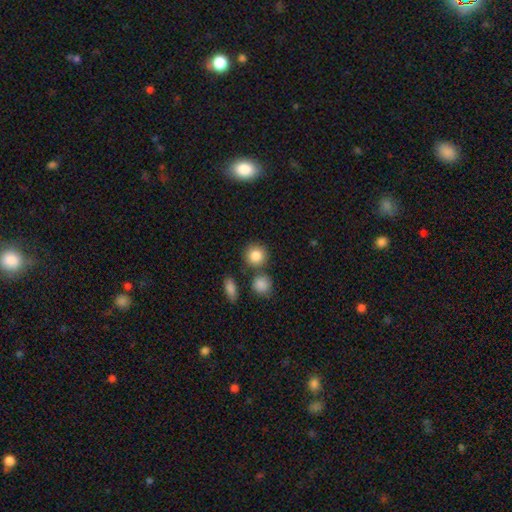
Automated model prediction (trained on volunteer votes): This appears to be a smooth galaxy with no disk features (84%) that is round (88%). Merging: none (76%).